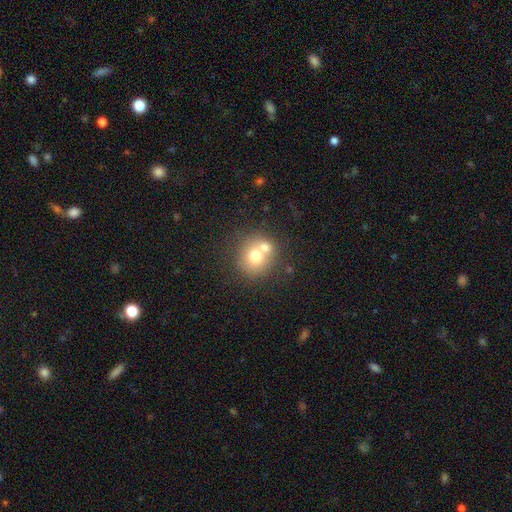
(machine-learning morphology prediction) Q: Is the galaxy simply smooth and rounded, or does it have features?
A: smooth — 67%.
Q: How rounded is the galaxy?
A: round — 84%.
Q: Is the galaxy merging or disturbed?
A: merger — 45%.